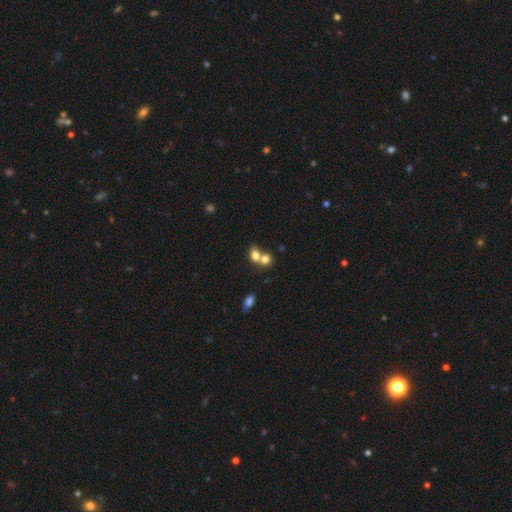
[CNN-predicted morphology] Q: Smooth or featured?
A: smooth (75%); runner-up: featured or disk (13%)
Q: How rounded?
A: round (56%); runner-up: in between (43%)
Q: Merging?
A: merger (60%); runner-up: none (29%)